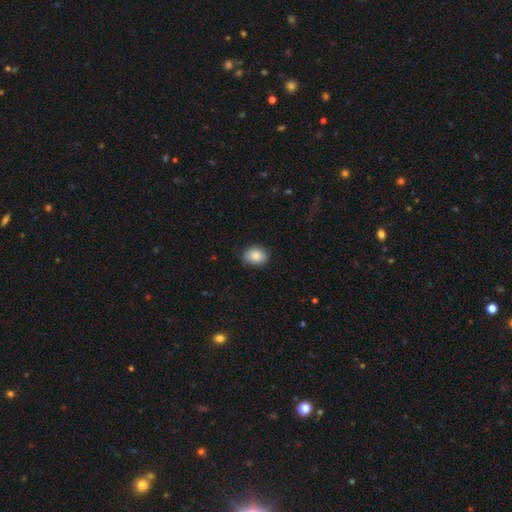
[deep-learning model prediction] Smooth or featured?
  - smooth: 87% *
  - star or artifact: 7%
  - featured or disk: 5%
How rounded?
  - in between: 56% *
  - round: 43%
  - cigar-shaped: 1%
Merging?
  - none: 83% *
  - minor disturbance: 14%
  - major disturbance: 2%
  - merger: 1%